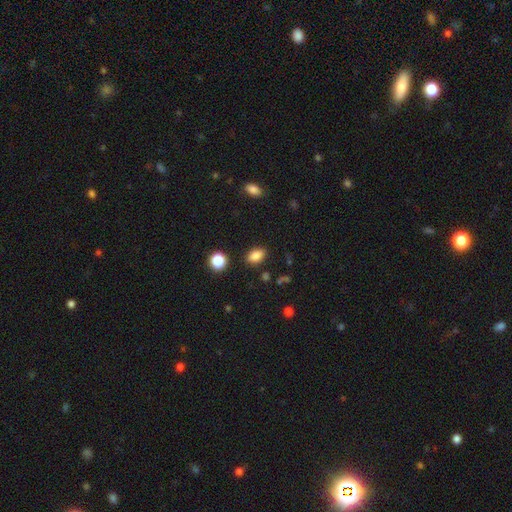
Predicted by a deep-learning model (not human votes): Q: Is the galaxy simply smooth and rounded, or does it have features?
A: smooth — 84%.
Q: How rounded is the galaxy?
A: in between — 84%.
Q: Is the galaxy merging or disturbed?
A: none — 85%.